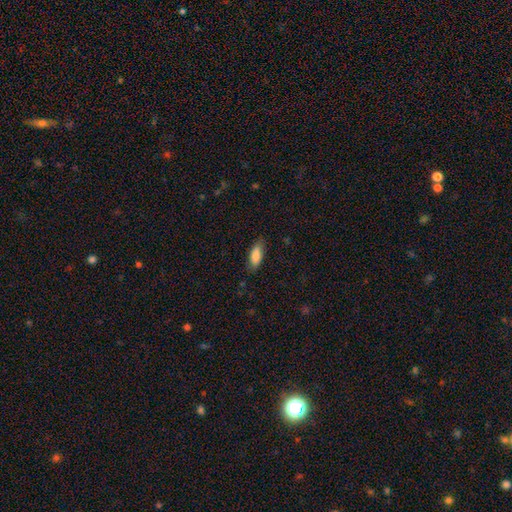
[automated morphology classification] smooth_or_featured: smooth (p=0.85) [alt: featured or disk p=0.09]
how_rounded: in between (p=0.80) [alt: cigar-shaped p=0.18]
merging: none (p=0.81) [alt: minor disturbance p=0.15]